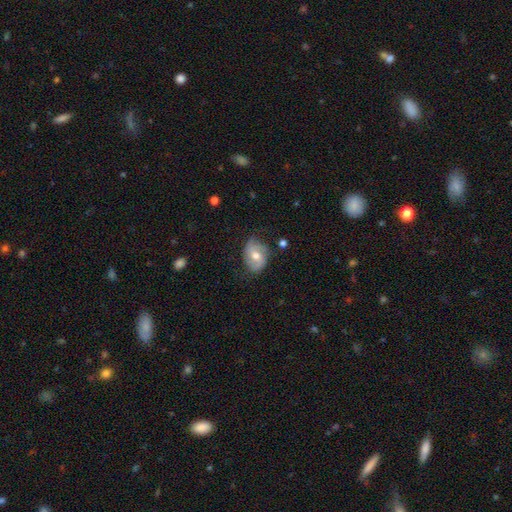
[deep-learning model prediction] smooth_or_featured: featured or disk (p=0.50) [alt: smooth p=0.42]
disk_edge_on: no (p=0.95) [alt: yes p=0.05]
merging: none (p=0.62) [alt: minor disturbance p=0.27]